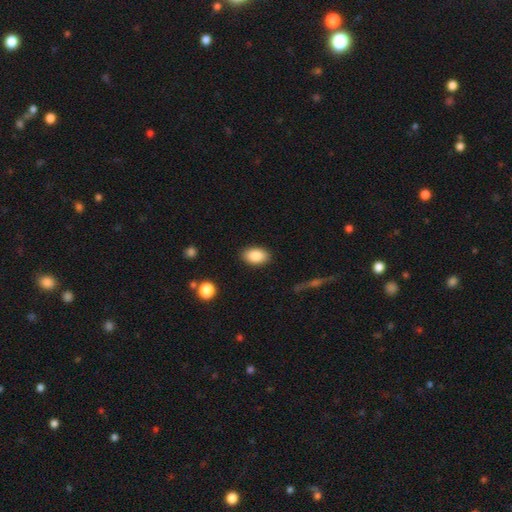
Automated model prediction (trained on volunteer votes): Morphology: type=smooth (87%); roundness=in between (88%); merging=none (87%).